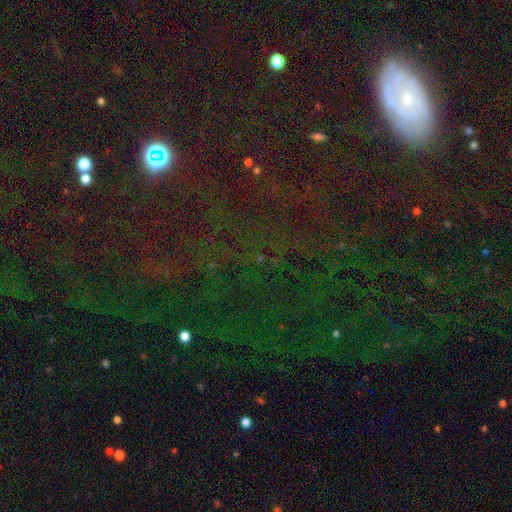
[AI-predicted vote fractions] Q: Smooth or featured?
A: star or artifact (63%); runner-up: smooth (21%)